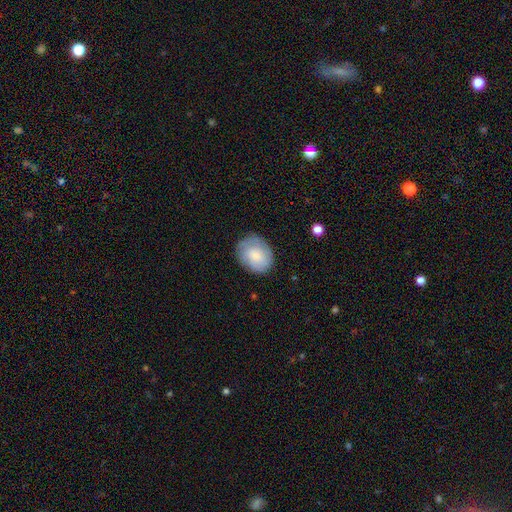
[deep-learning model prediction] The model was most divided on "how rounded": round: 51%, in between: 48%, cigar-shaped: 1%. More confident: merging — none (74%); smooth or featured — smooth (67%).